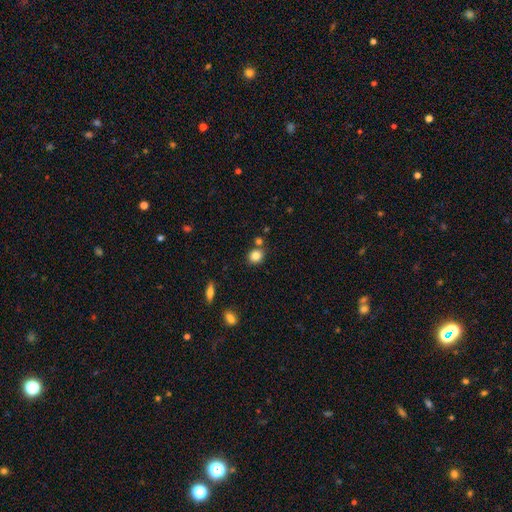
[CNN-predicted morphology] Q: Smooth or featured?
A: smooth (83%); runner-up: star or artifact (10%)
Q: How rounded?
A: round (73%); runner-up: in between (26%)
Q: Merging?
A: none (73%); runner-up: merger (14%)